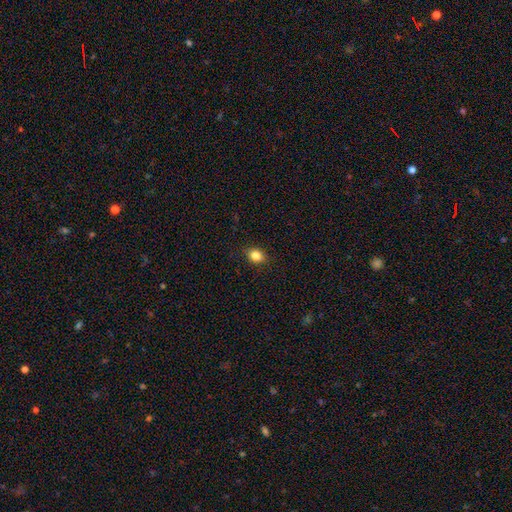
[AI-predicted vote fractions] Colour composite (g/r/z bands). It shows a smooth galaxy with no disk features (84%) that is round (52%). Merging: none (89%).